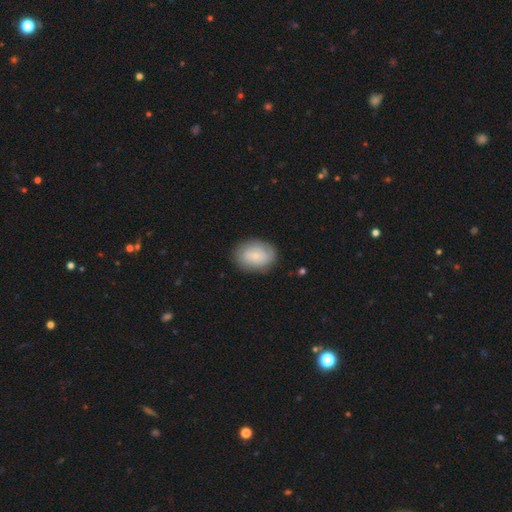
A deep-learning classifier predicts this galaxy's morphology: Smooth or featured: smooth — 62% (featured or disk — 31%)
How rounded: in between — 72% (round — 27%)
Merging: none — 81% (minor disturbance — 14%)